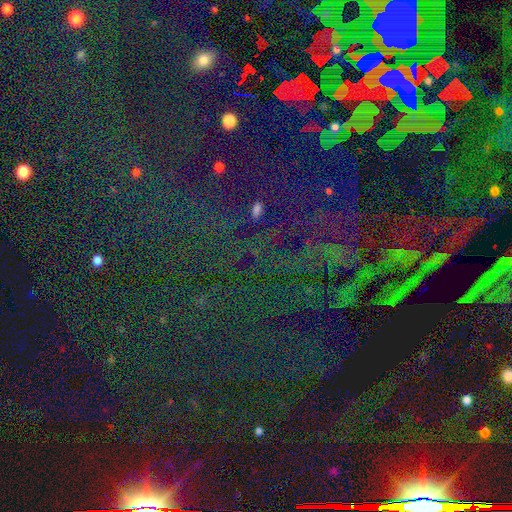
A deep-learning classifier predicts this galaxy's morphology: Q: Smooth or featured?
A: star or artifact (83%); runner-up: smooth (10%)